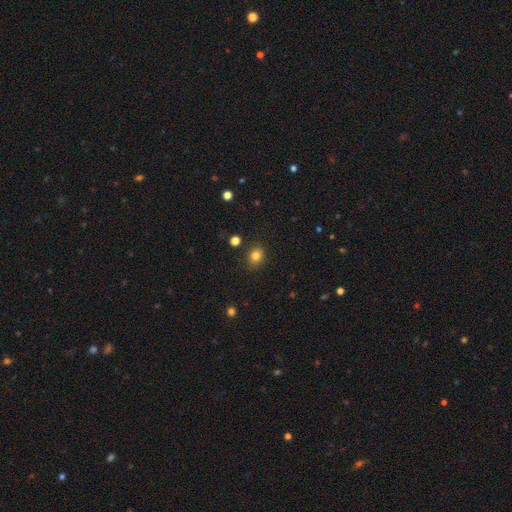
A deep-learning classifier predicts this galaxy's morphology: Smooth or featured? Predicted: smooth (p=0.81). How rounded? Predicted: round (p=0.63). Merging? Predicted: none (p=0.86).